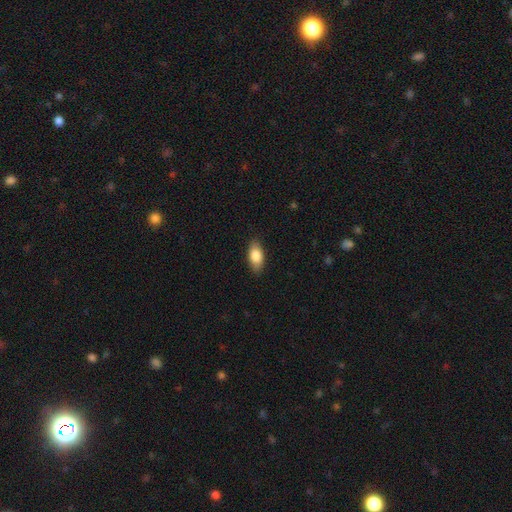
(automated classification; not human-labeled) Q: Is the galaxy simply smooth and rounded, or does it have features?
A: smooth — 84%.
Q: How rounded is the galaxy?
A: in between — 90%.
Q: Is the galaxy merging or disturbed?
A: none — 87%.